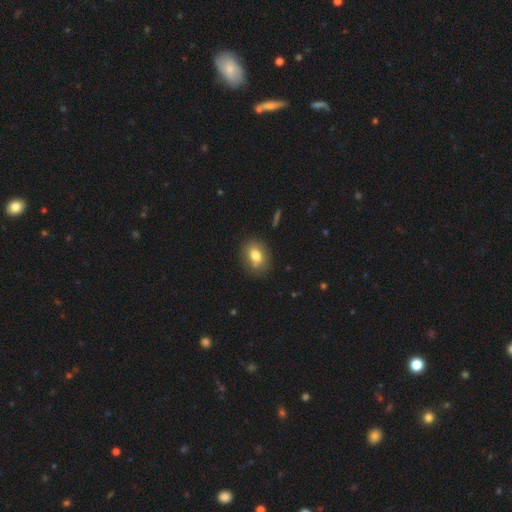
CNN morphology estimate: A smooth galaxy with no disk features (78%) that is in between round and cigar-shaped (65%).

Vote fractions:
- Smooth or featured? smooth: 78% / featured or disk: 12% / star or artifact: 9%
- How rounded? in between: 65% / round: 34% / cigar-shaped: 1%
- Merging? none: 80% / minor disturbance: 14% / major disturbance: 3% / merger: 3%